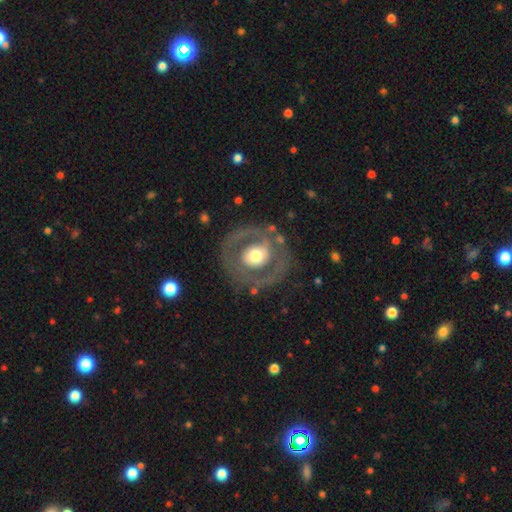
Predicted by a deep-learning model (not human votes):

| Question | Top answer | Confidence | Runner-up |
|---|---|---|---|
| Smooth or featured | featured or disk | 62% | smooth (32%) |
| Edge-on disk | no | 96% | yes (4%) |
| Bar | no | 76% | weak (16%) |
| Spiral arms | no | 69% | yes (31%) |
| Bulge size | moderate | 56% | large (33%) |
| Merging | none | 74% | minor disturbance (13%) |